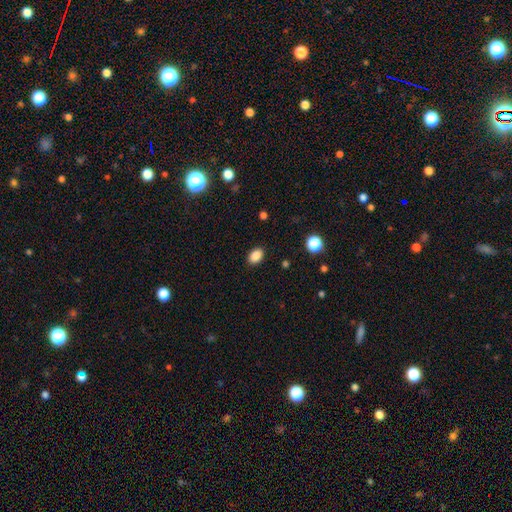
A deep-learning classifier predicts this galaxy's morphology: Smooth or featured? Predicted: smooth (p=0.87). How rounded? Predicted: in between (p=0.80). Merging? Predicted: none (p=0.88).